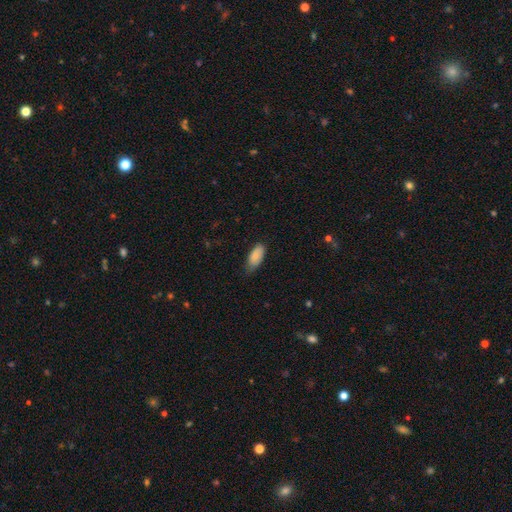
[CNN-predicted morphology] The model was most divided on "merging": none: 62%, minor disturbance: 32%, major disturbance: 5%, merger: 1%. More confident: how rounded — in between (89%); smooth or featured — smooth (85%).